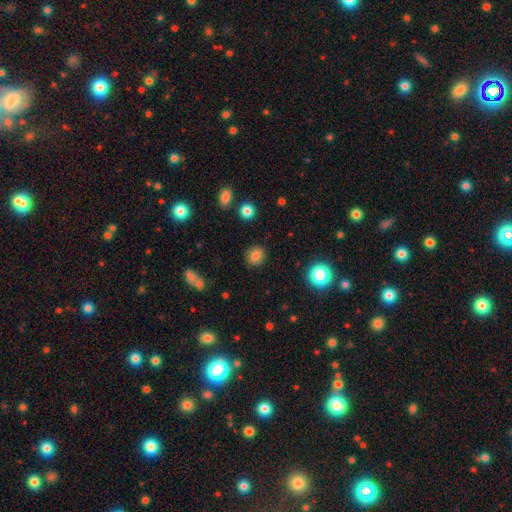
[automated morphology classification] This is clearly a smooth galaxy (82%). How rounded: clearly round (84%). Merging: clearly none (89%).